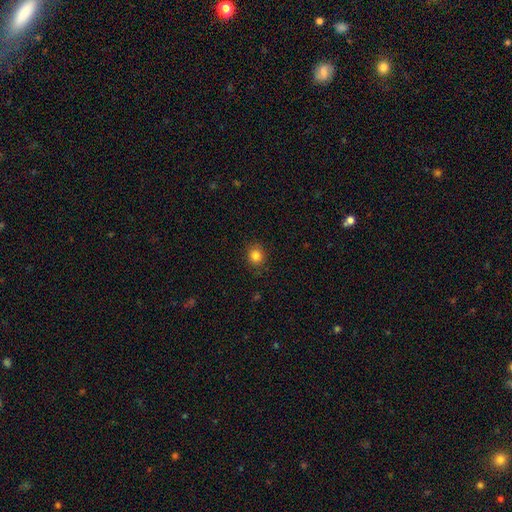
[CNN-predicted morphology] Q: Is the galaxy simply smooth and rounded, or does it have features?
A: smooth — 84%.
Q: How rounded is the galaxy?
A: round — 76%.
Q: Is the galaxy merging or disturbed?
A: none — 88%.